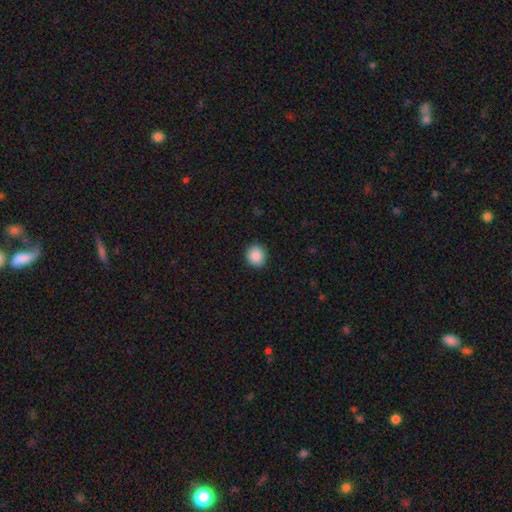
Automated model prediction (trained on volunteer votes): Overall: smooth (89%). How rounded: round (86%). Merging: none (91%).